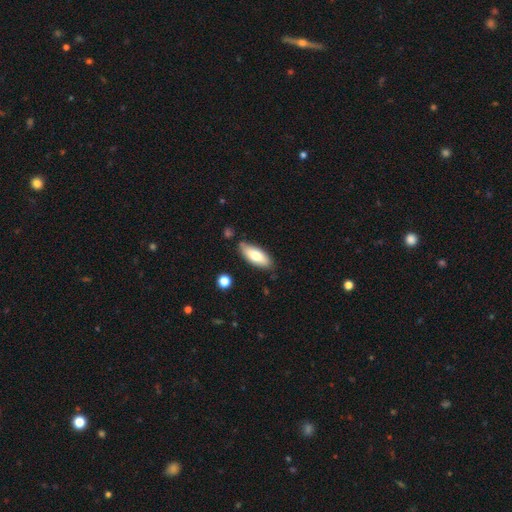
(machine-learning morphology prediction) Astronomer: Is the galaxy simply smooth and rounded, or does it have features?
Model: smooth — 75%.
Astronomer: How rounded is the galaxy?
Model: in between — 80%.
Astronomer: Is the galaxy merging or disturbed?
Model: none — 79%.